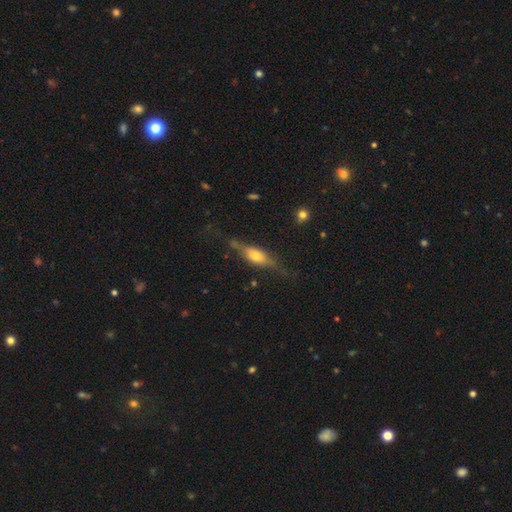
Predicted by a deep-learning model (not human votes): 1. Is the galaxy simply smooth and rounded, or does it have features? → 56% featured or disk, 37% smooth, 7% star or artifact.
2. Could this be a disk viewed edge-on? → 87% yes, 13% no.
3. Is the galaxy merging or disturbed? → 68% none, 21% minor disturbance, 9% major disturbance, 3% merger.